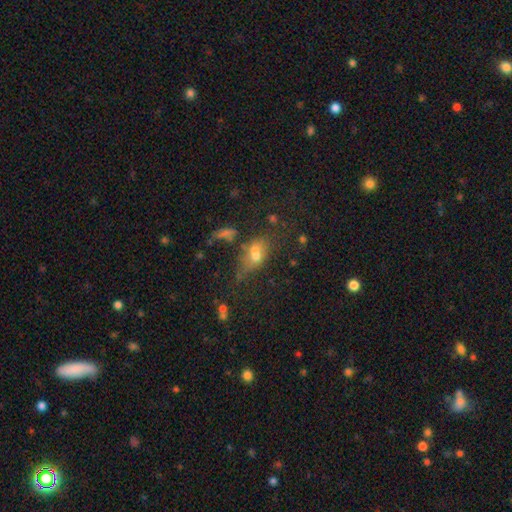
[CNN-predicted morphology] smooth-or-featured: smooth: 56% | featured or disk: 23% | star or artifact: 20%
  how-rounded: in between: 75% | round: 16% | cigar-shaped: 9%
  merging: none: 39% | merger: 23% | minor disturbance: 20% | major disturbance: 18%